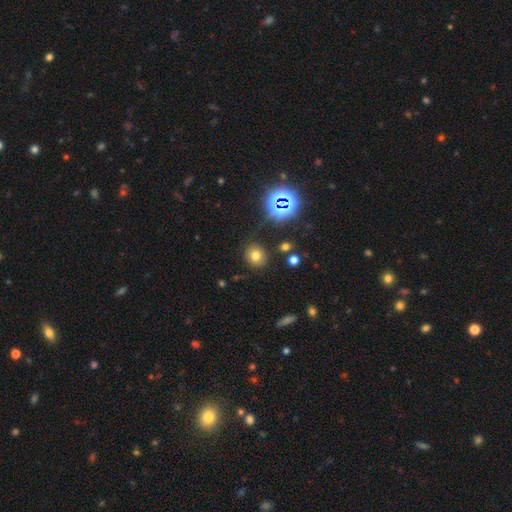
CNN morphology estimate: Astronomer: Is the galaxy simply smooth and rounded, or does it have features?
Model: smooth — 70%.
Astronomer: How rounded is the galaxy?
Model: round — 77%.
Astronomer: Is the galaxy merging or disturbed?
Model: none — 86%.